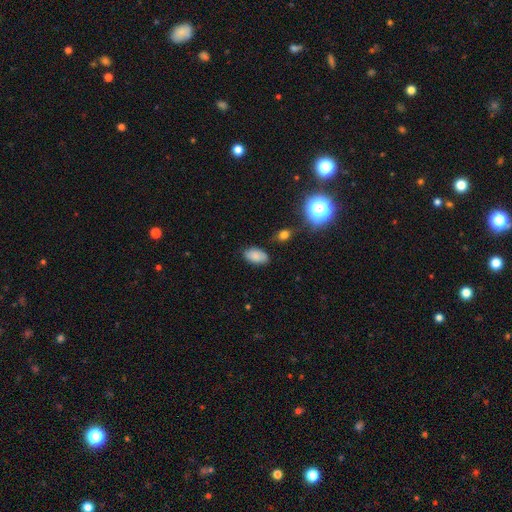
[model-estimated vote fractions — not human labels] smooth_or_featured: smooth (p=0.81) [alt: star or artifact p=0.10]
how_rounded: in between (p=0.93) [alt: round p=0.05]
merging: none (p=0.79) [alt: minor disturbance p=0.16]